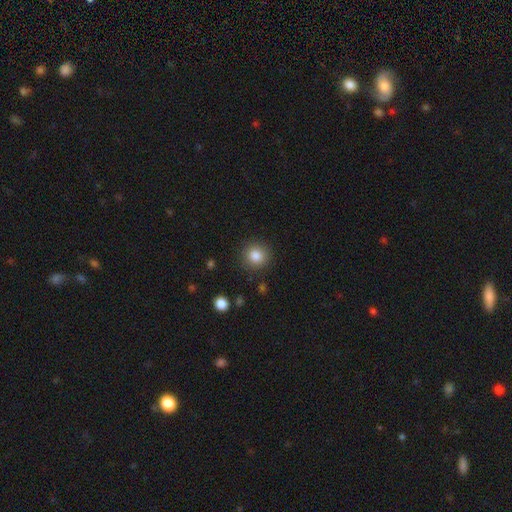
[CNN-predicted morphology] Smooth or featured? smooth (83%)
How rounded? round (91%)
Merging? none (89%)